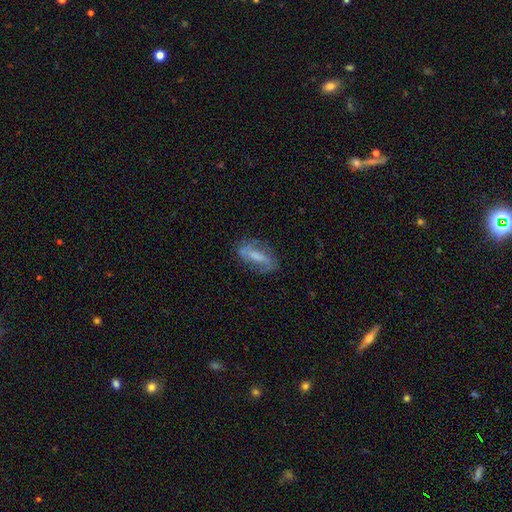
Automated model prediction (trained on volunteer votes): smooth-or-featured: featured or disk: 58% | smooth: 33% | star or artifact: 9%
  disk-edge-on: no: 87% | yes: 13%
    bar: strong: 39% | weak: 37% | no: 24%
    has-spiral-arms: yes: 74% | no: 26%
    bulge-size: moderate: 31% | small: 29% | none: 27% | large: 11% | dominant: 2%
  merging: none: 68% | minor disturbance: 20% | major disturbance: 10% | merger: 2%